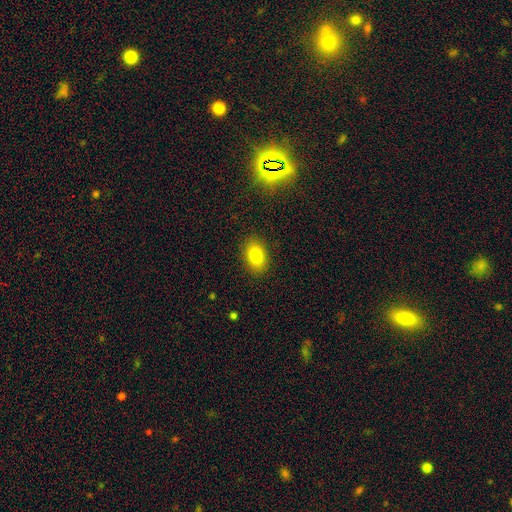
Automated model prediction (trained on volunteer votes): Q: Smooth or featured?
A: smooth (83%); runner-up: star or artifact (9%)
Q: How rounded?
A: in between (86%); runner-up: round (13%)
Q: Merging?
A: none (88%); runner-up: minor disturbance (9%)